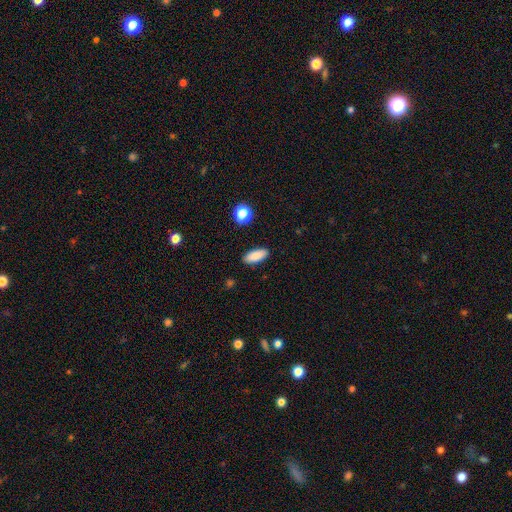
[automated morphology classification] smooth 87%, star or artifact 8%, featured or disk 5%. Down the decision tree: how rounded — in between (82%); merging — none (89%).